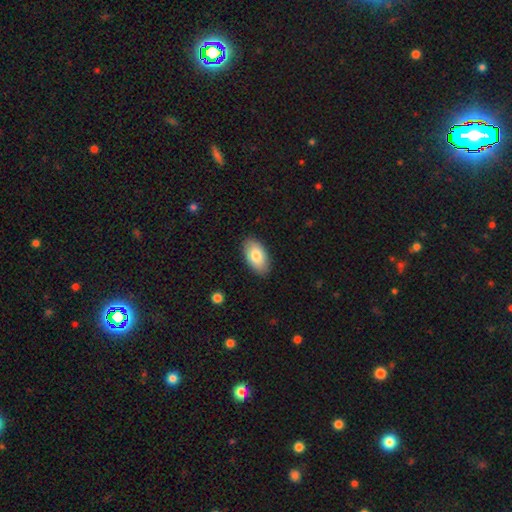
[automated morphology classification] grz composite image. It shows a smooth galaxy with no disk features (79%) that is in between round and cigar-shaped (95%). Merging: none (87%).